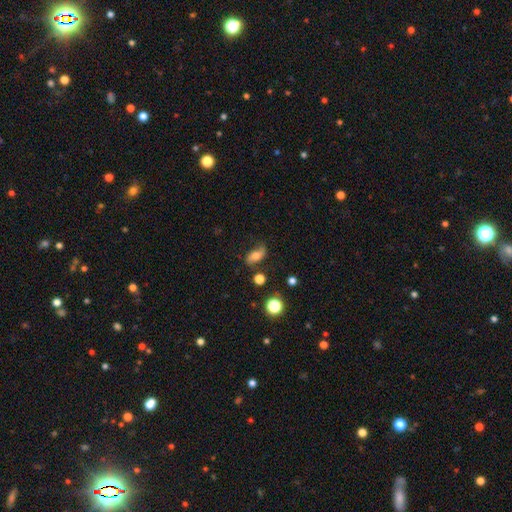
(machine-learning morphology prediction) Smooth or featured: smooth — 45% (featured or disk — 44%)
Merging: none — 68% (minor disturbance — 21%)